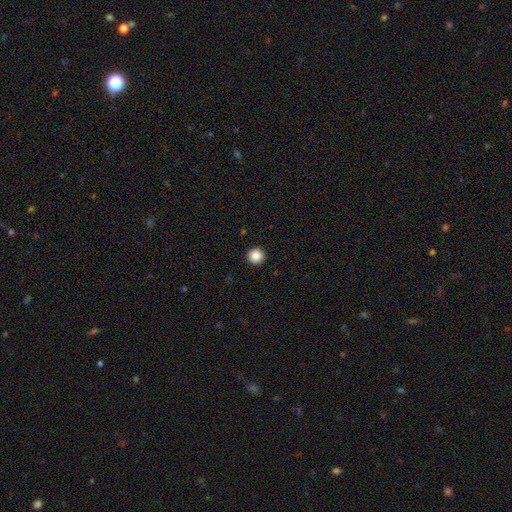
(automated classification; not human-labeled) smooth 87%, star or artifact 10%, featured or disk 3%. Down the decision tree: how rounded — round (96%); merging — none (94%).